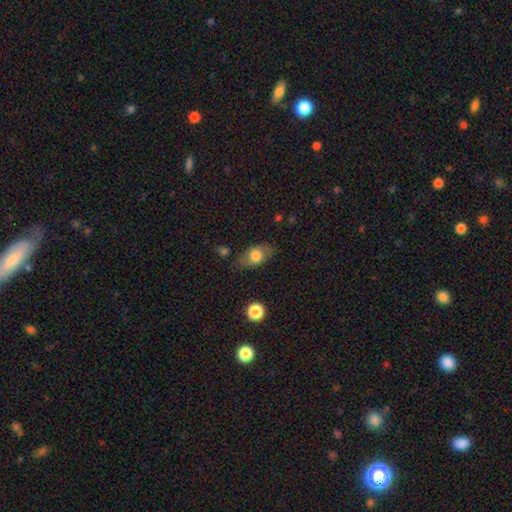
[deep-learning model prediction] Overall: smooth (67%). How rounded: in between (80%). Merging: none (69%).